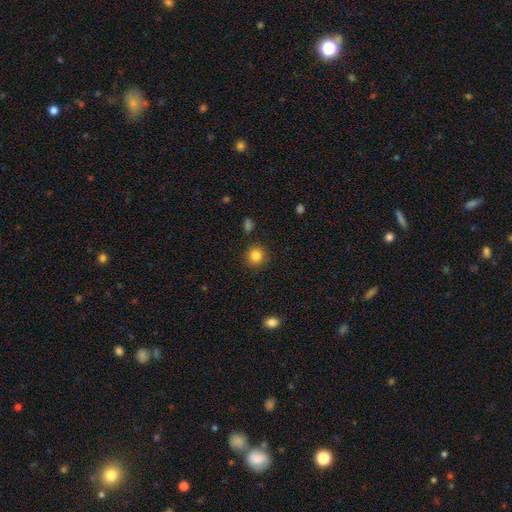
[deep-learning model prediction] Smooth or featured?
  - smooth: 84% *
  - star or artifact: 11%
  - featured or disk: 5%
How rounded?
  - round: 91% *
  - in between: 8%
  - cigar-shaped: 1%
Merging?
  - none: 88% *
  - minor disturbance: 7%
  - major disturbance: 2%
  - merger: 2%